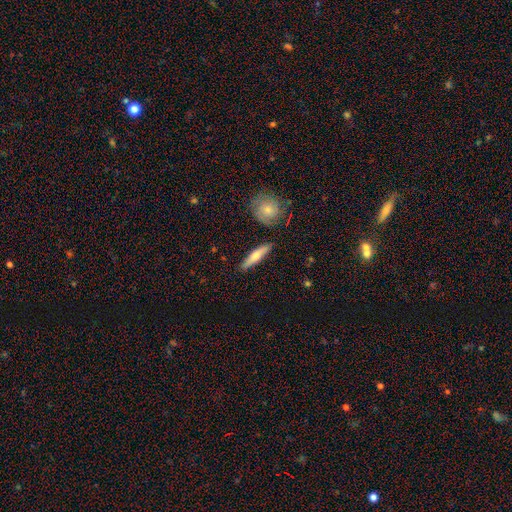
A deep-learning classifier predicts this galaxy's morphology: smooth 57%, featured or disk 37%, star or artifact 6%. Down the decision tree: how rounded — cigar-shaped (80%); merging — none (86%).